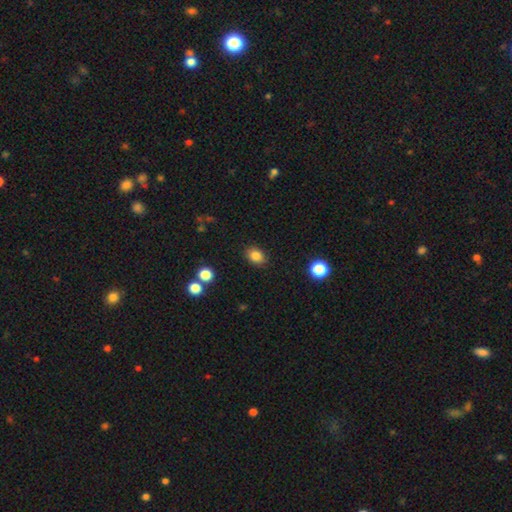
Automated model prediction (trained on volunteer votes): Q: Smooth or featured?
A: smooth (84%); runner-up: star or artifact (10%)
Q: How rounded?
A: in between (67%); runner-up: round (32%)
Q: Merging?
A: none (87%); runner-up: minor disturbance (9%)